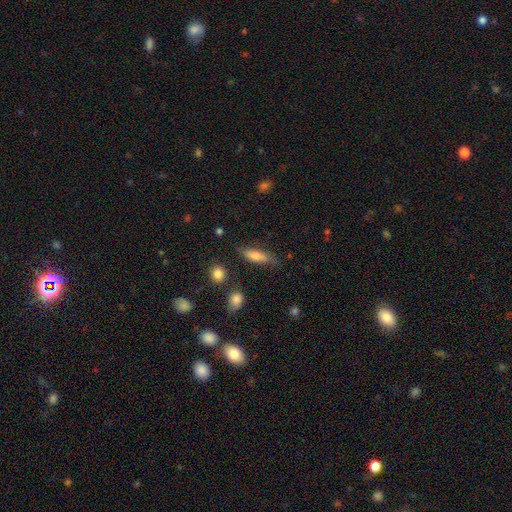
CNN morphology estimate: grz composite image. It shows a smooth galaxy with no disk features (73%) that is cigar-shaped (49%). Merging: none (72%).